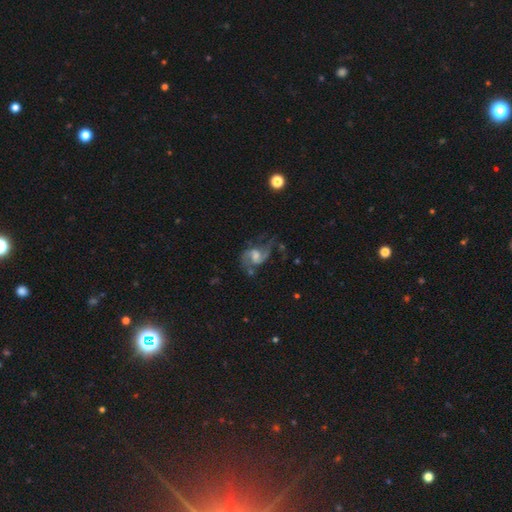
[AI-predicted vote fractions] smooth-or-featured: featured or disk: 82% | smooth: 11% | star or artifact: 7%
  disk-edge-on: no: 98% | yes: 2%
    bar: weak: 51% | no: 36% | strong: 13%
    has-spiral-arms: yes: 94% | no: 6%
      spiral-winding: medium: 47% | loose: 42% | tight: 11%
      spiral-arm-count: 2: 88% | can't tell: 5% | 1: 3% | 3: 2% | 4: 1% | more than 4: 1%
    bulge-size: moderate: 41% | small: 29% | none: 15% | large: 13% | dominant: 2%
  merging: none: 54% | minor disturbance: 21% | major disturbance: 20% | merger: 5%